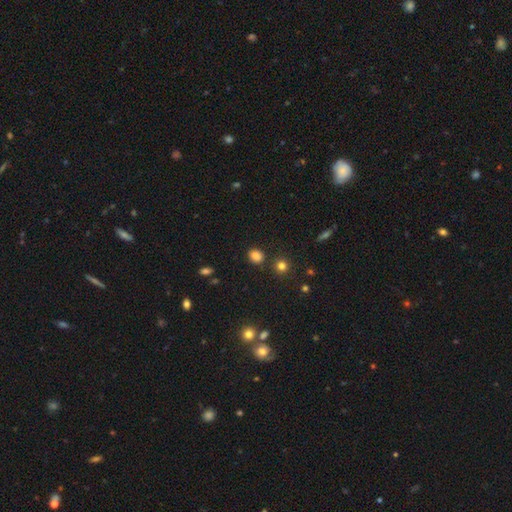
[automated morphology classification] Smooth or featured? smooth (83%)
How rounded? round (63%)
Merging? none (84%)